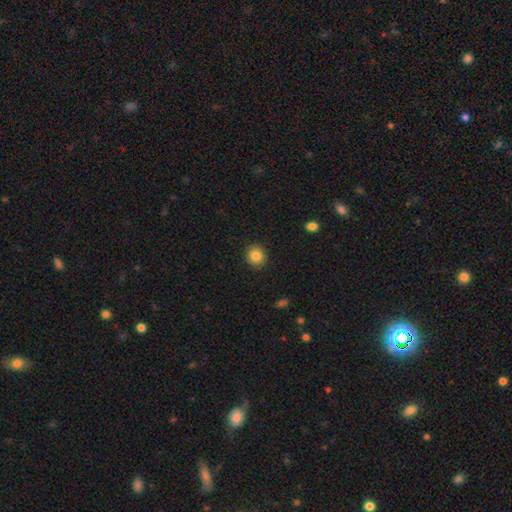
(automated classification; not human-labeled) smooth_or_featured: smooth (p=0.85) [alt: star or artifact p=0.10]
how_rounded: round (p=0.91) [alt: in between p=0.08]
merging: none (p=0.91) [alt: minor disturbance p=0.06]